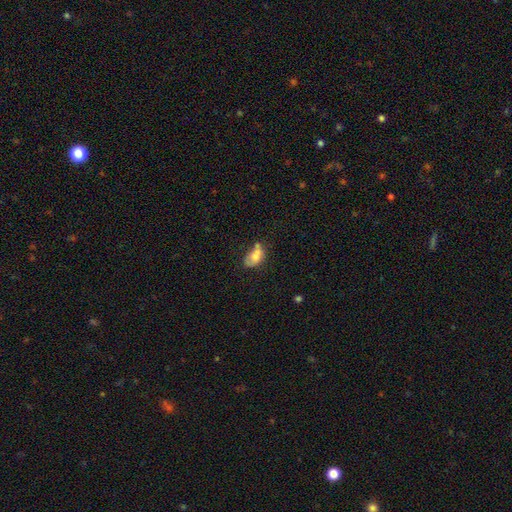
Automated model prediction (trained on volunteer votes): Smooth or featured? smooth (68%)
How rounded? in between (89%)
Merging? none (34%)